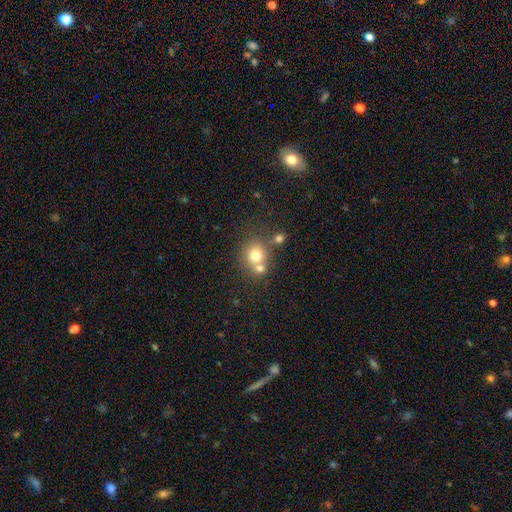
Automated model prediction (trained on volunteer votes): A smooth galaxy with no disk features (73%) that is round (82%). Merging: none (48%).